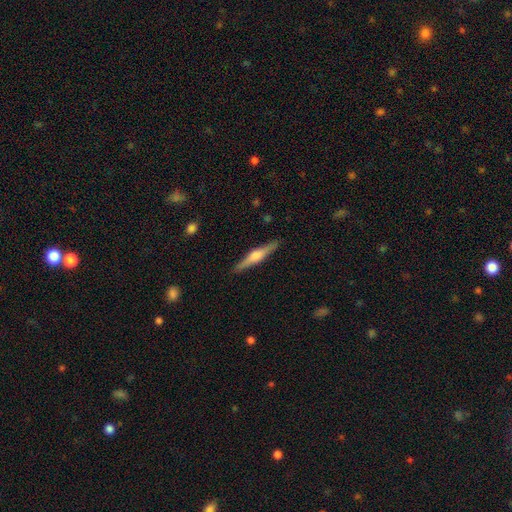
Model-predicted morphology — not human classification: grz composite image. It shows a featured or disk galaxy (70%) viewed edge-on (98%) with a rounded central bulge (84%). Merging: none (90%).